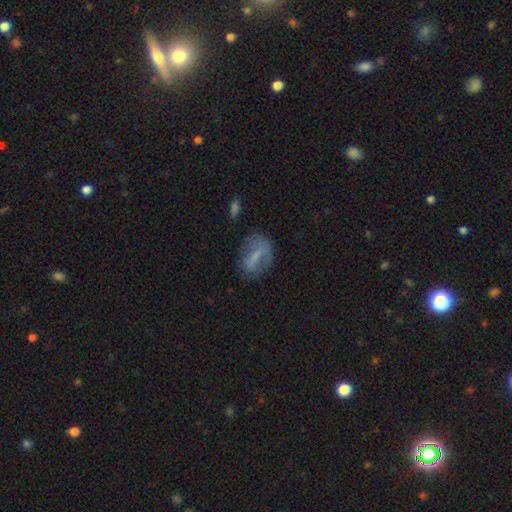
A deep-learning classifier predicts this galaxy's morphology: The model was most divided on "smooth or featured": smooth: 55%, featured or disk: 35%, star or artifact: 10%. More confident: how rounded — in between (72%); merging — none (61%).